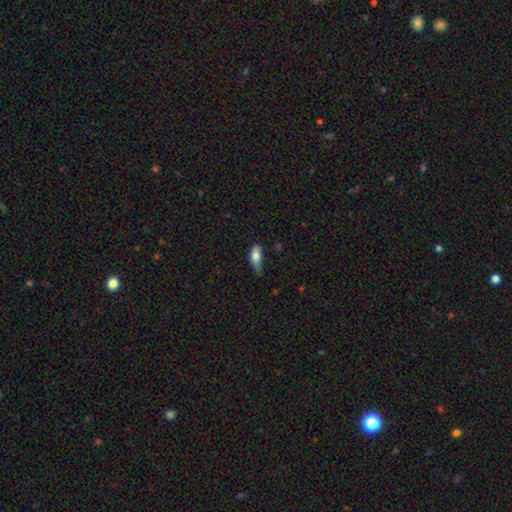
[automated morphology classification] This is likely a smooth galaxy (75%). How rounded: likely in between (76%). Merging: marginally minor disturbance (45%).